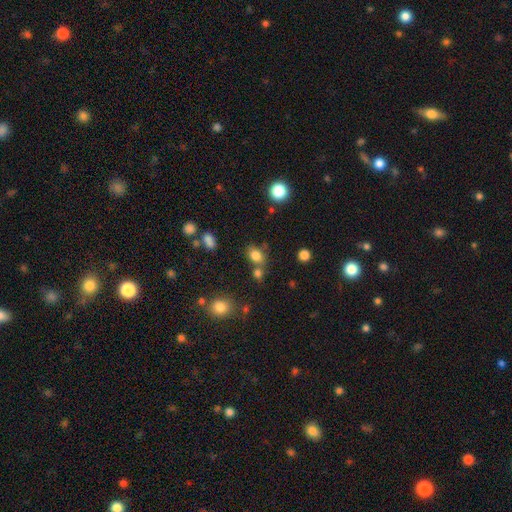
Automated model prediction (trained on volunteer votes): Smooth or featured? smooth (79%)
How rounded? in between (66%)
Merging? none (60%)